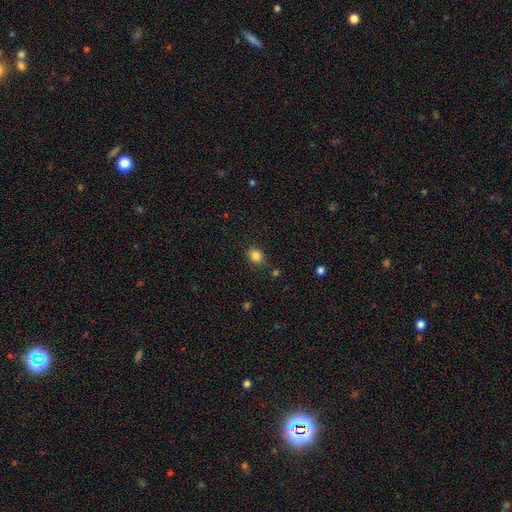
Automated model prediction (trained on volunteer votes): A smooth galaxy with no disk features (84%) that is round (63%).

Vote fractions:
- Smooth or featured? smooth: 84% / star or artifact: 11% / featured or disk: 5%
- How rounded? round: 63% / in between: 36% / cigar-shaped: 1%
- Merging? none: 82% / minor disturbance: 12% / major disturbance: 3% / merger: 3%